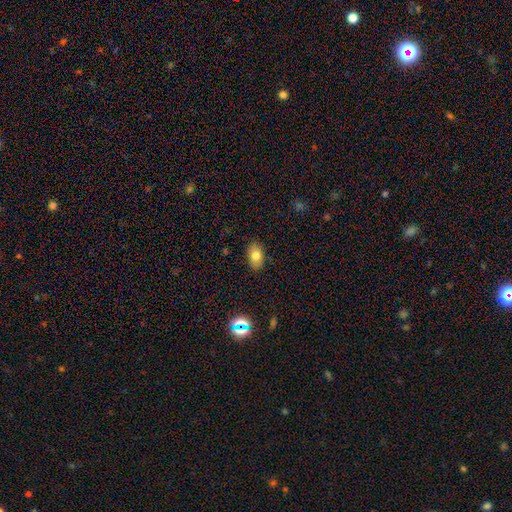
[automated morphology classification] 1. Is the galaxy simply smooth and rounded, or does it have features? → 76% smooth, 14% featured or disk, 10% star or artifact.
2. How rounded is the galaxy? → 87% in between, 12% round, 1% cigar-shaped.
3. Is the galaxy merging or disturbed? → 86% none, 11% minor disturbance, 2% major disturbance, 1% merger.